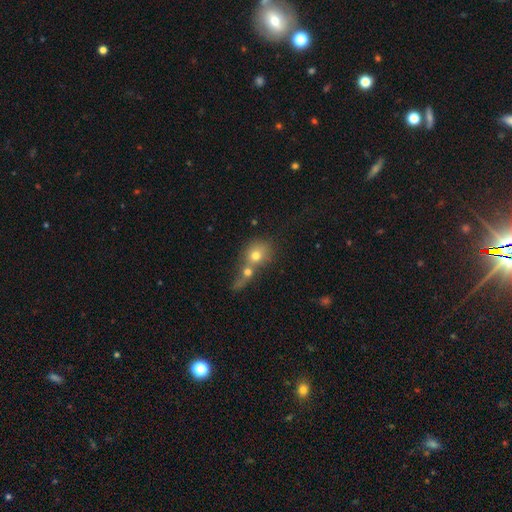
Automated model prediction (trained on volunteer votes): A smooth galaxy with no disk features (69%) that is round (68%). Merging: merger (73%).